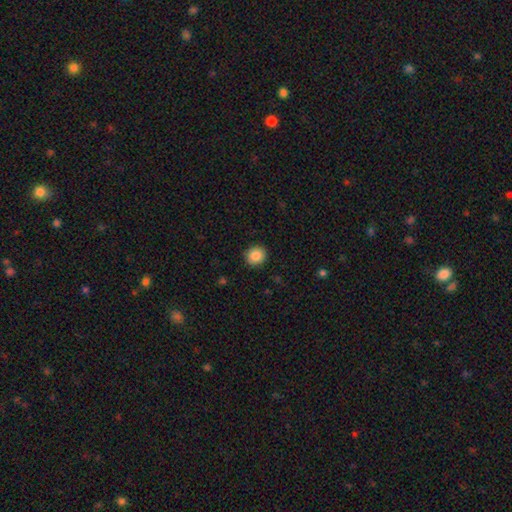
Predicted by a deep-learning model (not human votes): smooth_or_featured: smooth (p=0.88) [alt: star or artifact p=0.09]
how_rounded: round (p=0.87) [alt: in between p=0.13]
merging: none (p=0.89) [alt: minor disturbance p=0.08]